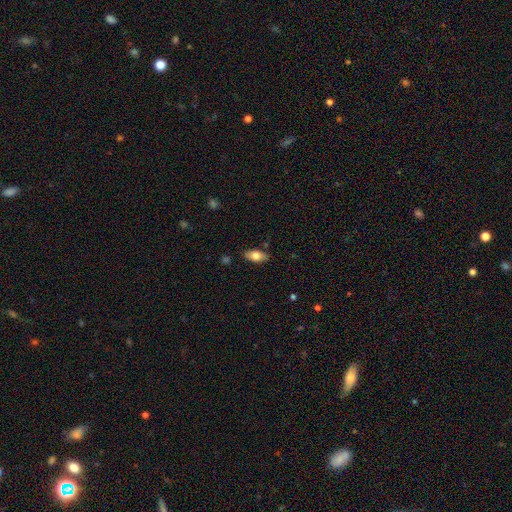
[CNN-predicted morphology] smooth-or-featured: smooth: 75% | featured or disk: 19% | star or artifact: 7%
  how-rounded: in between: 88% | cigar-shaped: 9% | round: 3%
  merging: none: 84% | minor disturbance: 12% | major disturbance: 2% | merger: 2%